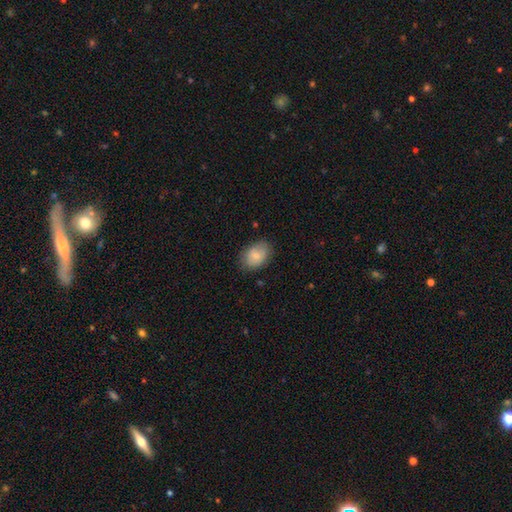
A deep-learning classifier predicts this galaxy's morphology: smooth_or_featured: smooth (p=0.77) [alt: featured or disk p=0.16]
how_rounded: in between (p=0.81) [alt: round p=0.18]
merging: none (p=0.81) [alt: minor disturbance p=0.15]